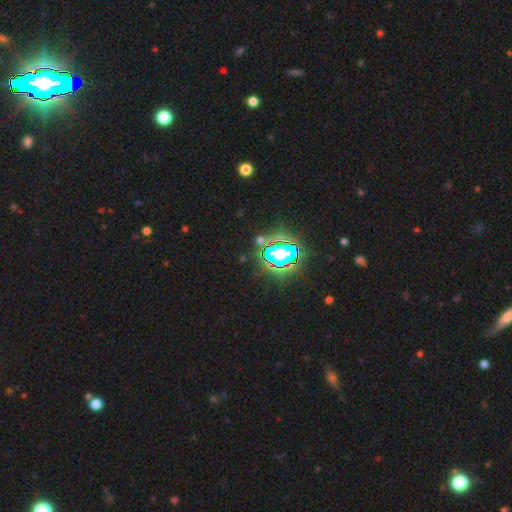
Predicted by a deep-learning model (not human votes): Smooth or featured?
  - star or artifact: 80% *
  - smooth: 12%
  - featured or disk: 7%